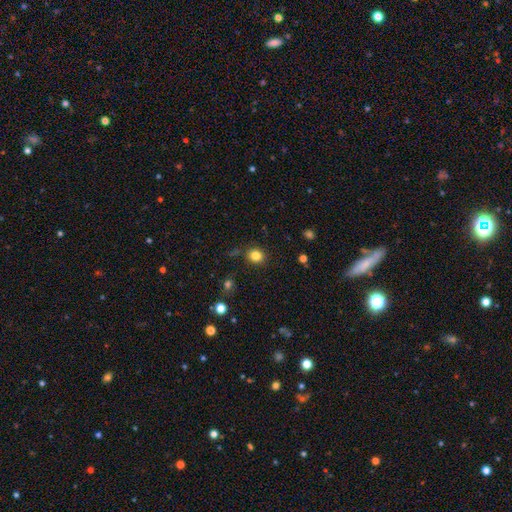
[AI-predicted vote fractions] Smooth or featured: smooth — 83% (star or artifact — 12%)
How rounded: round — 75% (in between — 24%)
Merging: none — 85% (minor disturbance — 10%)